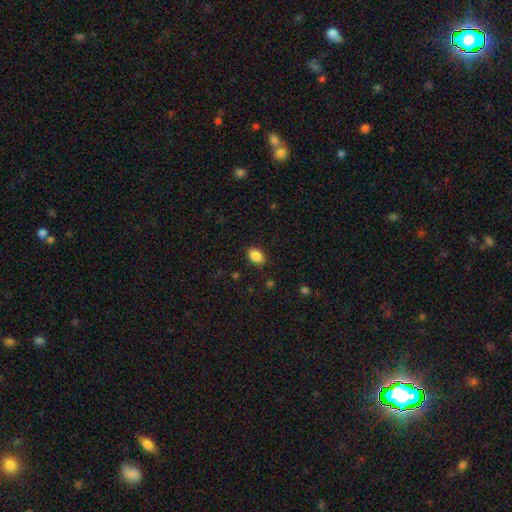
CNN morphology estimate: A smooth galaxy with no disk features (88%) that is in between round and cigar-shaped (87%). Merging: none (86%).